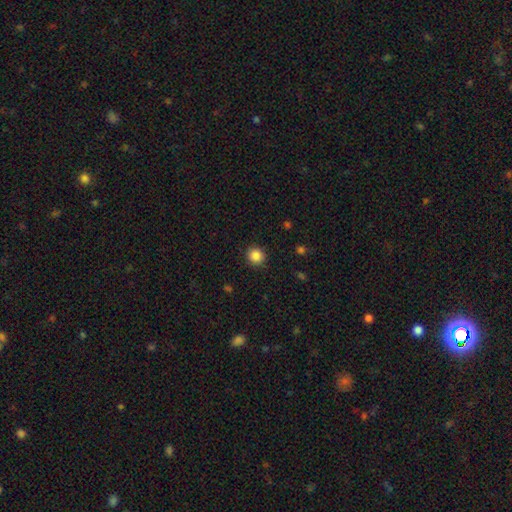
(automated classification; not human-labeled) This is clearly a smooth galaxy (86%). How rounded: clearly round (90%). Merging: clearly none (91%).